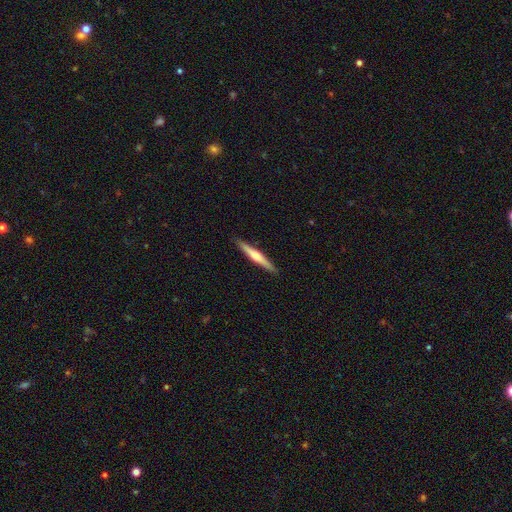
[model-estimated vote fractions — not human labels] Smooth or featured?
  - featured or disk: 57% *
  - smooth: 38%
  - star or artifact: 5%
Edge-on disk?
  - yes: 97% *
  - no: 3%
Edge-on bulge?
  - rounded: 80% *
  - none: 13%
  - boxy: 7%
Merging?
  - none: 91% *
  - minor disturbance: 6%
  - major disturbance: 1%
  - merger: 1%